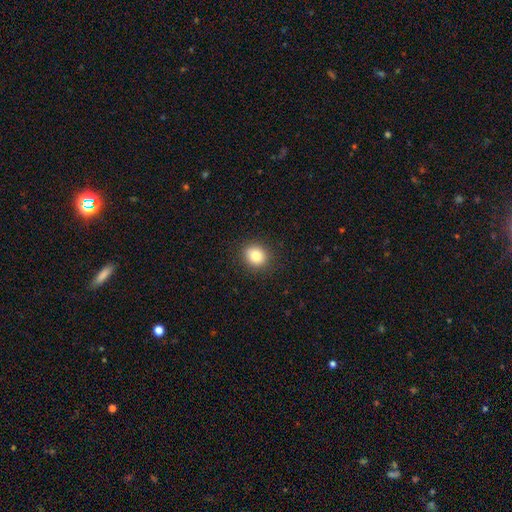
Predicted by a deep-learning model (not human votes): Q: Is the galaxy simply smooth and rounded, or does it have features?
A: smooth — 83%.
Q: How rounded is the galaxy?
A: round — 70%.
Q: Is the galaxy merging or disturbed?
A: none — 89%.